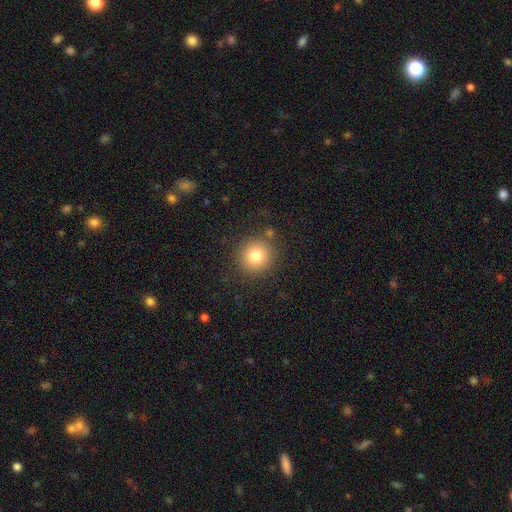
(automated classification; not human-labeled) smooth 81%, star or artifact 11%, featured or disk 8%. Down the decision tree: how rounded — round (93%); merging — none (87%).